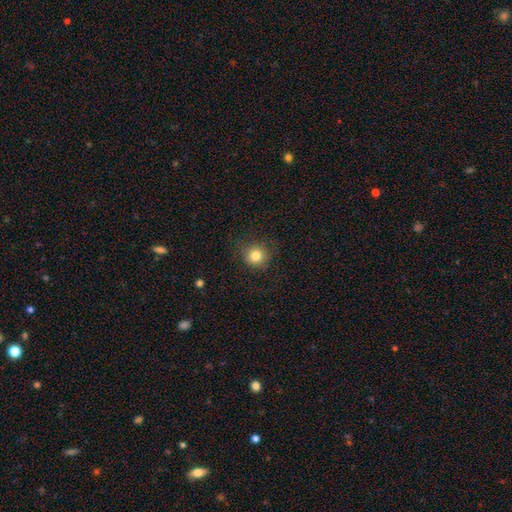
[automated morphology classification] This is clearly a smooth galaxy (82%). How rounded: clearly round (91%). Merging: clearly none (82%).